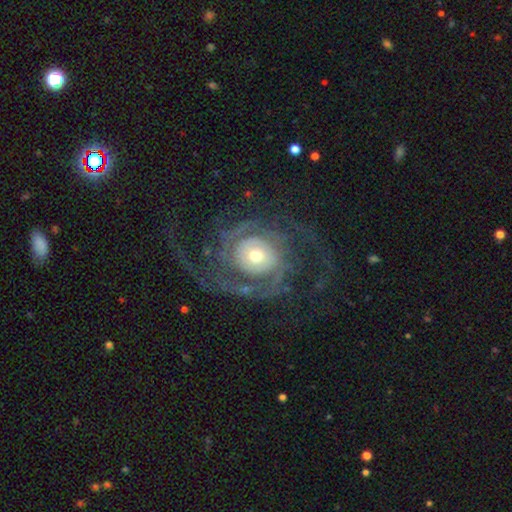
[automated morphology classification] The model was most divided on "spiral winding": tight: 43%, medium: 36%, loose: 22%. Remaining: edge-on disk — no (97%); spiral arms — yes (92%); smooth or featured — featured or disk (86%); bar — no (77%); merging — none (58%); bulge size — moderate (51%); spiral arm count — 2 (40%).